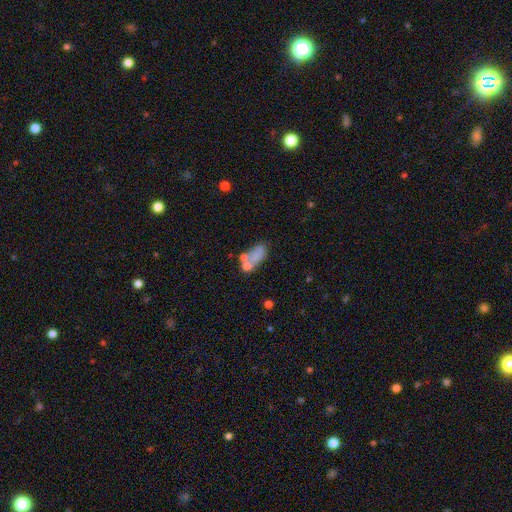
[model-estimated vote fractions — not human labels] Morphology: type=smooth (62%); roundness=in between (78%); merging=none (39%).